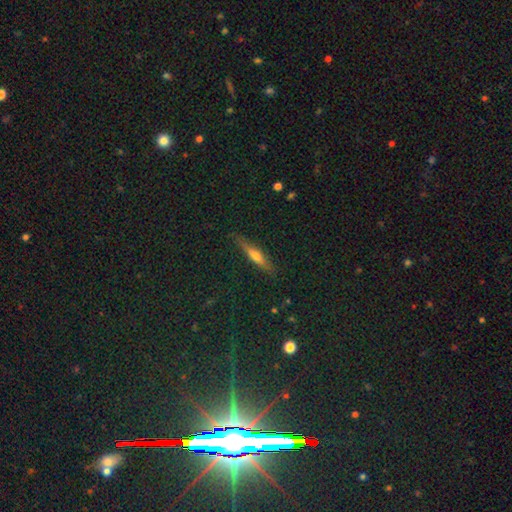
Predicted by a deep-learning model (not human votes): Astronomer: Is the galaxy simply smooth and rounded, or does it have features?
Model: featured or disk — 47% (runner-up: smooth, 42%).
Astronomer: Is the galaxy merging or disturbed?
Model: none — 85%.